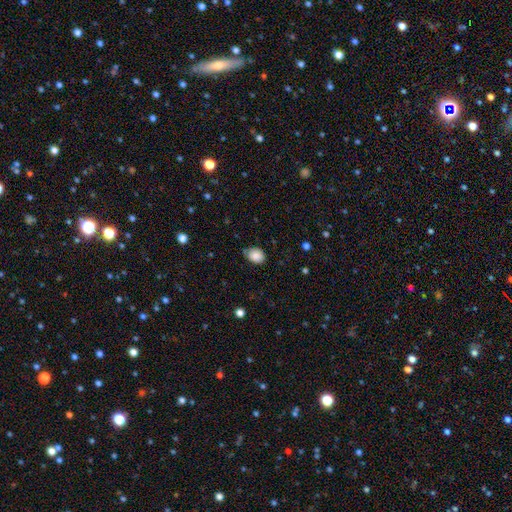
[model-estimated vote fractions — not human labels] Morphology: type=smooth (85%); roundness=in between (55%); merging=none (70%).